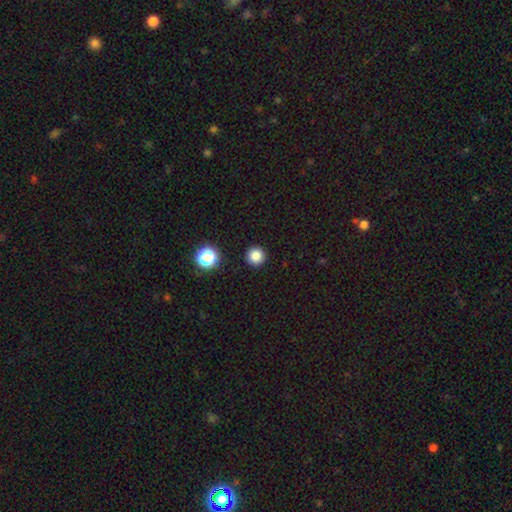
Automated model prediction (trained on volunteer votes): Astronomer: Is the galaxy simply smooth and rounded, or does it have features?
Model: smooth — 83%.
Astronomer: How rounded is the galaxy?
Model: round — 96%.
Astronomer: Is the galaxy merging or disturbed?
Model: none — 92%.